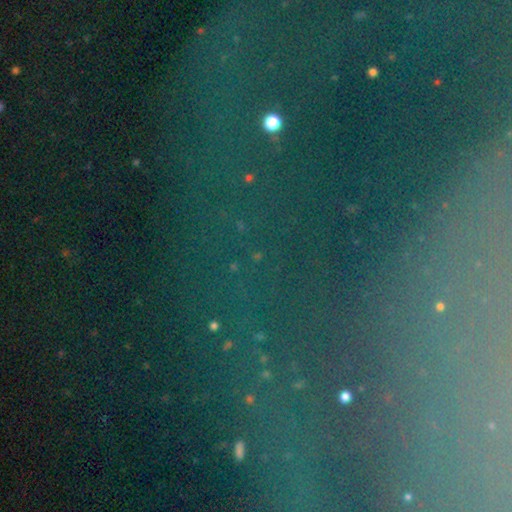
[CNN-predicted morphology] This is likely a star or artifact rather than a galaxy (73%).